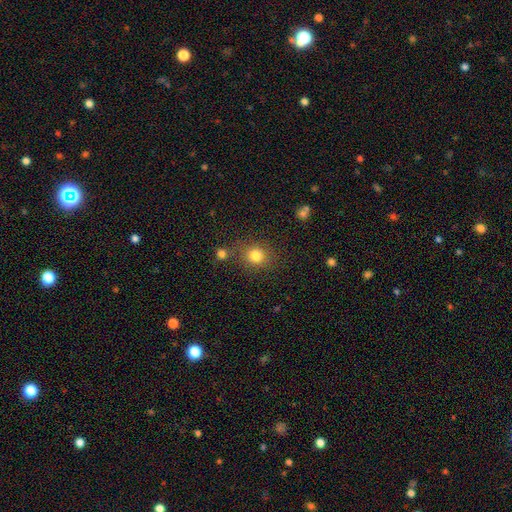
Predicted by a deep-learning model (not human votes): Smooth or featured: smooth — 81% (star or artifact — 12%)
How rounded: round — 80% (in between — 20%)
Merging: none — 74% (minor disturbance — 11%)